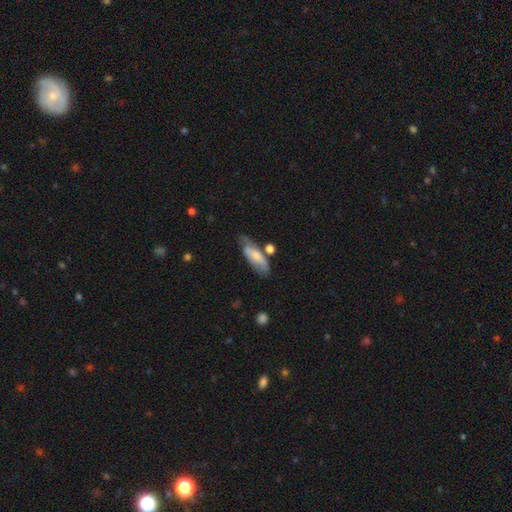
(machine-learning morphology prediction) type=smooth (61%); roundness=in between (65%); merging=none (55%).